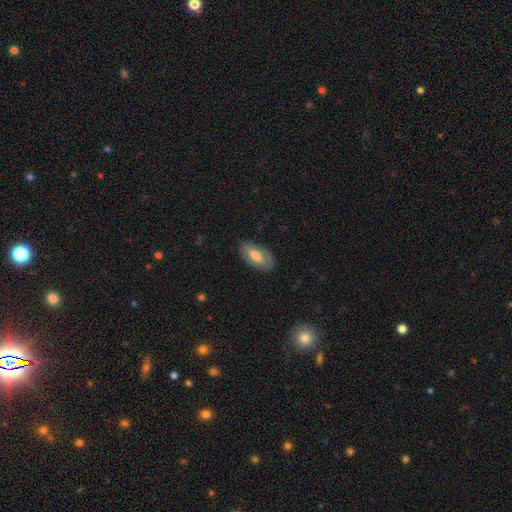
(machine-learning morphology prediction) smooth-or-featured: smooth: 56% | featured or disk: 38% | star or artifact: 6%
  how-rounded: in between: 91% | cigar-shaped: 5% | round: 4%
  merging: none: 79% | minor disturbance: 15% | major disturbance: 4% | merger: 1%